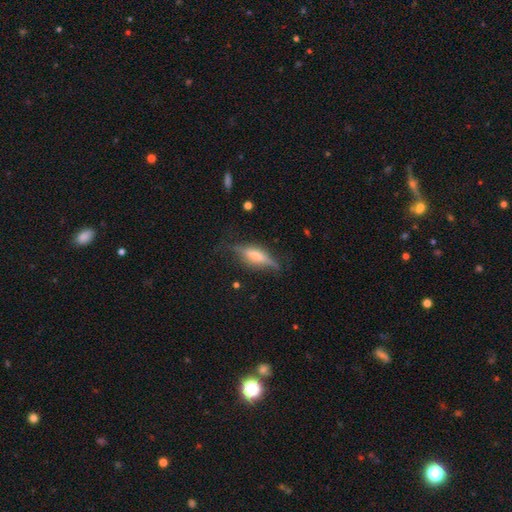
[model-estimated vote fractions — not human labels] A featured or disk galaxy (60%) viewed edge-on (89%) with a rounded central bulge (64%).

Vote fractions:
- Smooth or featured? featured or disk: 60% / smooth: 32% / star or artifact: 8%
- Edge-on disk? yes: 89% / no: 11%
- Edge-on bulge? rounded: 64% / boxy: 27% / none: 9%
- Merging? none: 66% / minor disturbance: 22% / major disturbance: 10% / merger: 2%